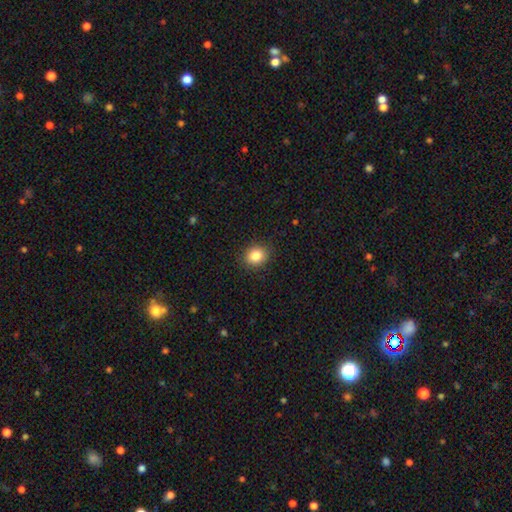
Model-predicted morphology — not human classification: This appears to be a smooth galaxy with no disk features (85%) that is round (66%). Merging: none (89%).